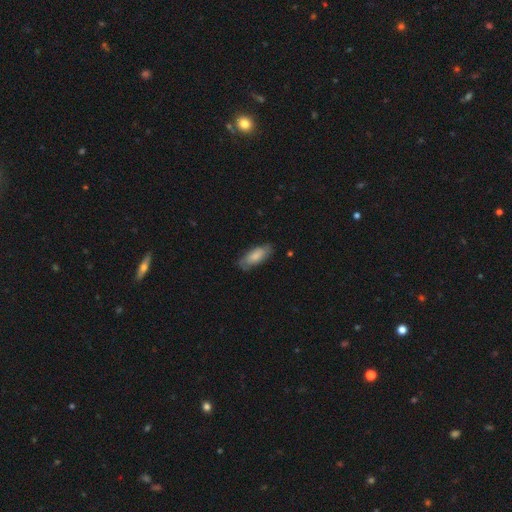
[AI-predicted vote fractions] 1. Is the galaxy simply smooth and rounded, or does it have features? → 73% smooth, 21% featured or disk, 6% star or artifact.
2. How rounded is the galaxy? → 76% in between, 22% cigar-shaped, 2% round.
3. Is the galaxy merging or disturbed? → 74% none, 20% minor disturbance, 5% major disturbance, 1% merger.